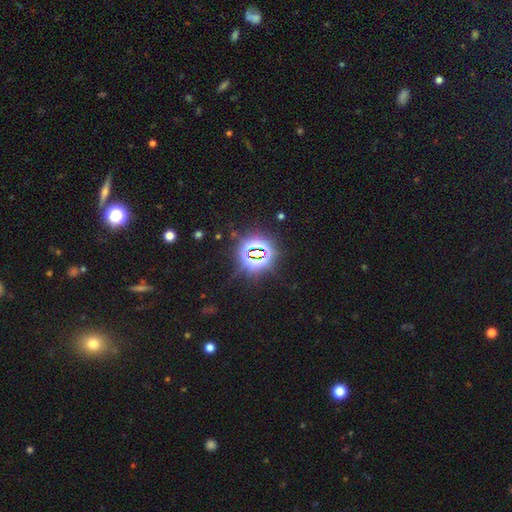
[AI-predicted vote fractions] star or artifact 82%, smooth 11%, featured or disk 6%.